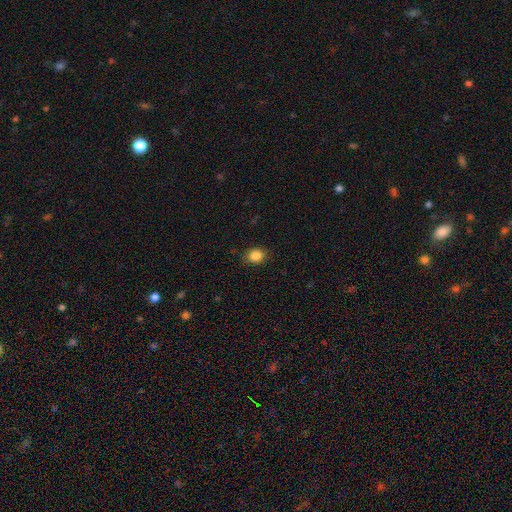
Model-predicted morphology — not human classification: A smooth galaxy with no disk features (85%) that is round (56%). Merging: none (87%).